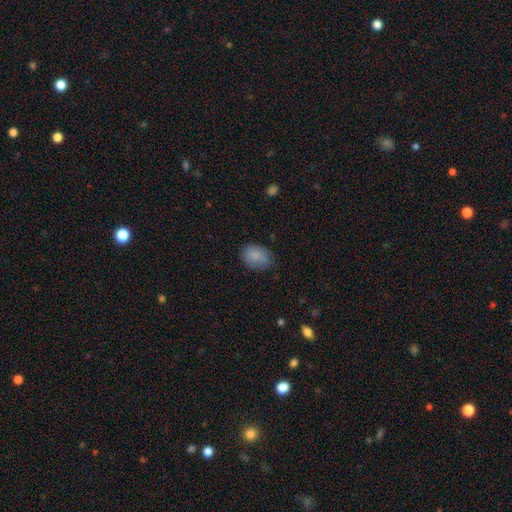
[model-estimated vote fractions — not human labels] Q: Smooth or featured?
A: smooth (84%); runner-up: featured or disk (8%)
Q: How rounded?
A: in between (71%); runner-up: round (28%)
Q: Merging?
A: none (70%); runner-up: minor disturbance (24%)